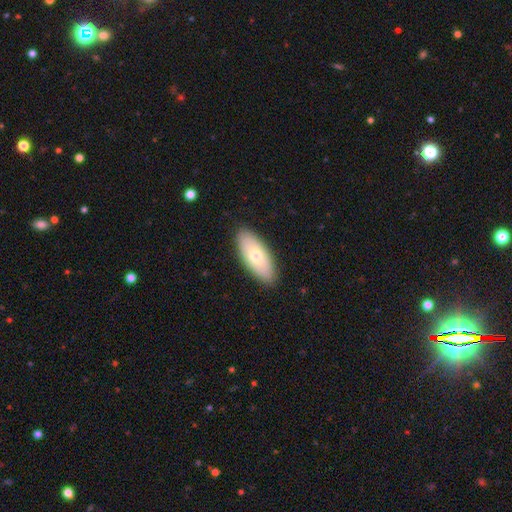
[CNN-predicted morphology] Overall: smooth (67%). How rounded: in between (84%). Merging: none (89%).